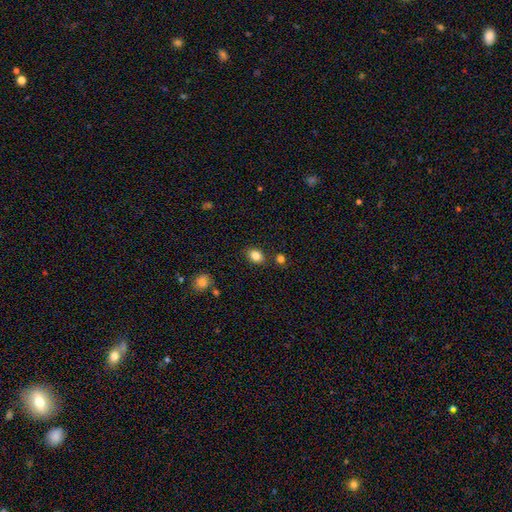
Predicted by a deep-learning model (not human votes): smooth-or-featured: smooth: 84% | star or artifact: 10% | featured or disk: 6%
  how-rounded: in between: 69% | round: 29% | cigar-shaped: 1%
  merging: none: 83% | minor disturbance: 10% | merger: 4% | major disturbance: 3%